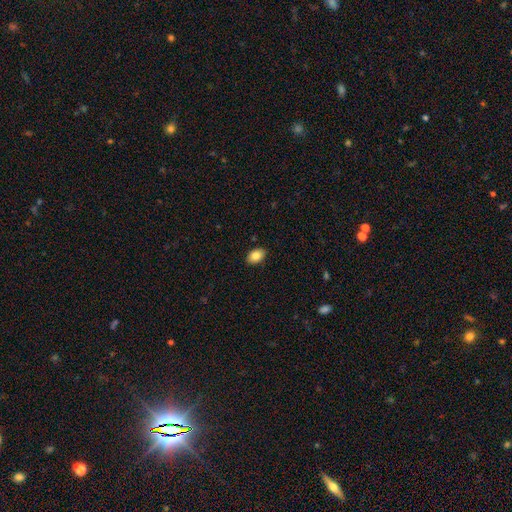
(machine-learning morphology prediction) The model was most divided on "how rounded": in between: 86%, round: 13%, cigar-shaped: 1%. More confident: merging — none (89%); smooth or featured — smooth (85%).